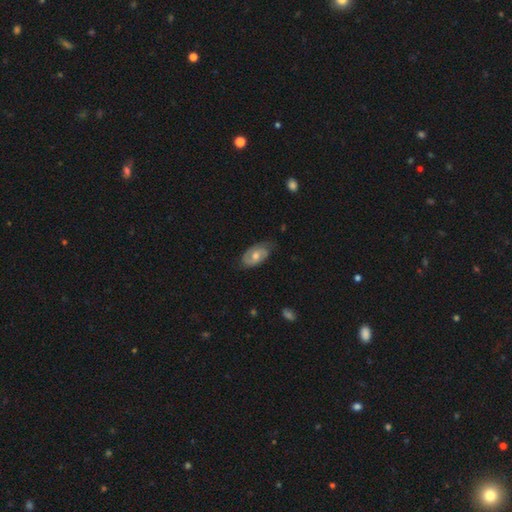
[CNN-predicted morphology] Smooth or featured? Predicted: featured or disk (p=0.64). Edge-on disk? Predicted: no (p=0.94). Bar? Predicted: no (p=0.68). Spiral arms? Predicted: yes (p=0.82). Bulge size? Predicted: moderate (p=0.71). Merging? Predicted: none (p=0.72).